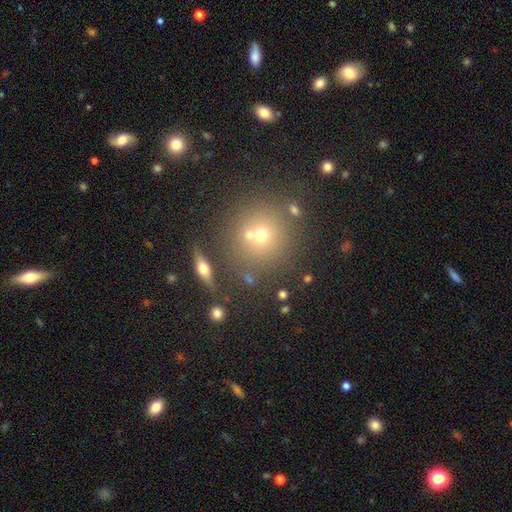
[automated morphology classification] Q: Smooth or featured?
A: smooth (54%); runner-up: star or artifact (35%)
Q: How rounded?
A: round (89%); runner-up: in between (10%)
Q: Merging?
A: none (83%); runner-up: minor disturbance (9%)